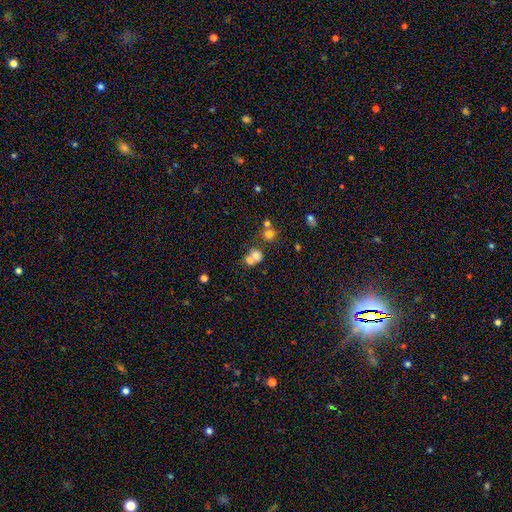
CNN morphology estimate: smooth-or-featured: smooth: 68% | featured or disk: 17% | star or artifact: 15%
  how-rounded: round: 65% | in between: 33% | cigar-shaped: 1%
  merging: merger: 55% | none: 32% | minor disturbance: 8% | major disturbance: 5%